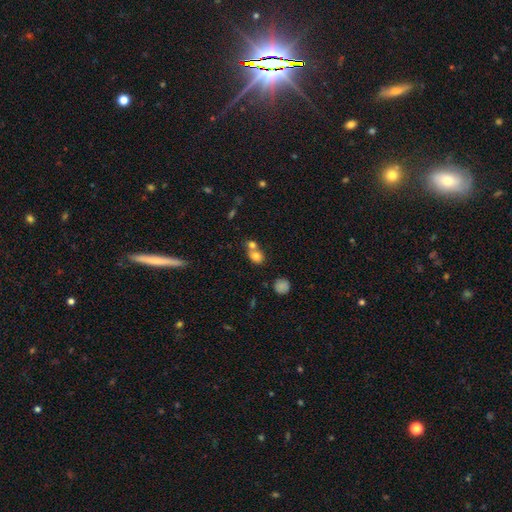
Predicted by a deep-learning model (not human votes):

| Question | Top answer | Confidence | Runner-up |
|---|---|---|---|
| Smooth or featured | smooth | 77% | featured or disk (12%) |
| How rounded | round | 53% | in between (45%) |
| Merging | merger | 54% | none (36%) |